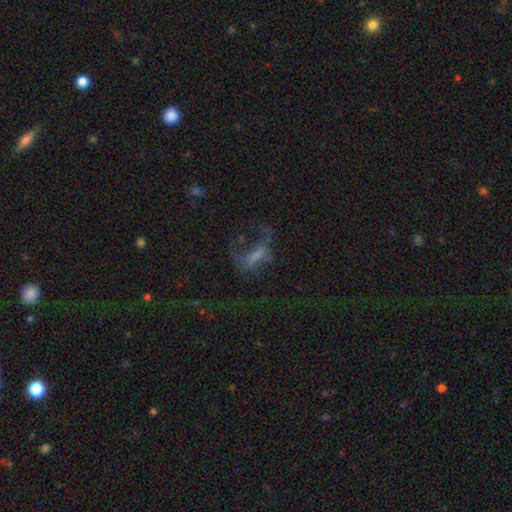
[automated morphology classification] Overall: smooth (39%; featured or disk 38%). Merging: major disturbance (46%; none 32%).